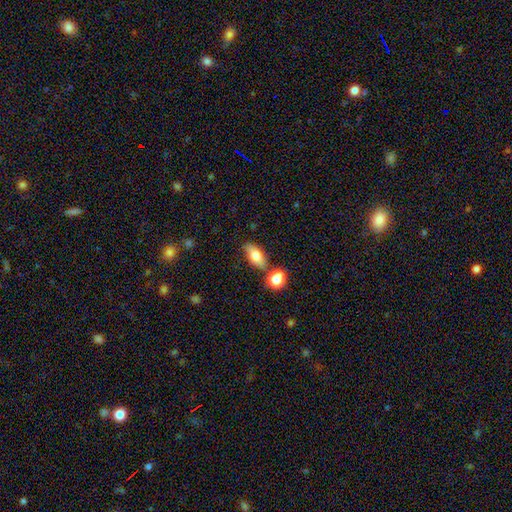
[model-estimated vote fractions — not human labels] Smooth or featured?
  - smooth: 74% *
  - featured or disk: 17%
  - star or artifact: 9%
How rounded?
  - in between: 83% *
  - cigar-shaped: 10%
  - round: 7%
Merging?
  - none: 70% *
  - merger: 14%
  - minor disturbance: 12%
  - major disturbance: 3%